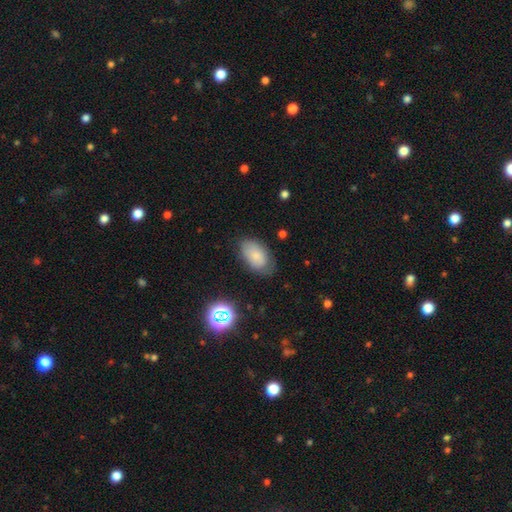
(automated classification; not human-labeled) Morphology: type=smooth (76%); roundness=in between (93%); merging=none (71%).